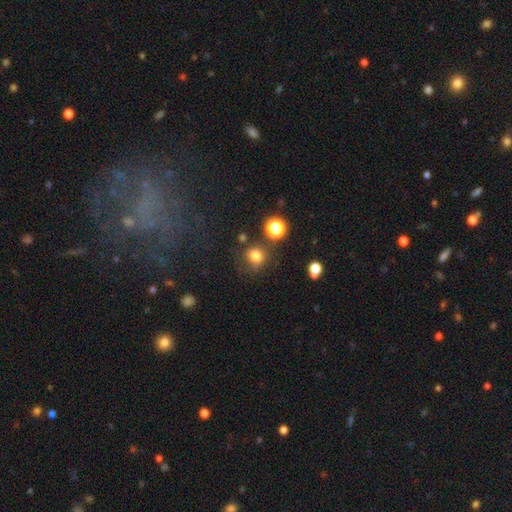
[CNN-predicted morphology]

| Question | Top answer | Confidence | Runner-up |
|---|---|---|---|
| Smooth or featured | smooth | 76% | star or artifact (17%) |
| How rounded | round | 74% | in between (25%) |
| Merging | none | 65% | minor disturbance (19%) |